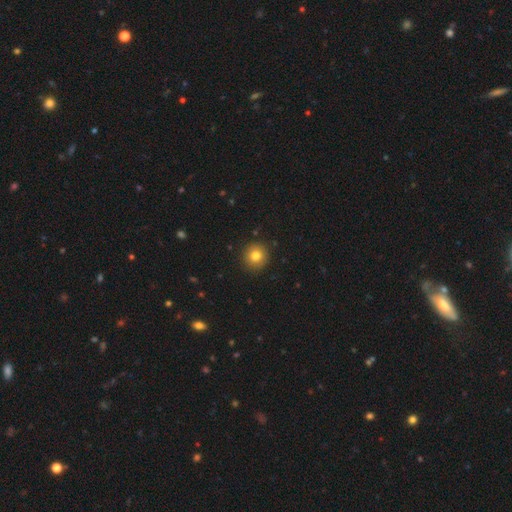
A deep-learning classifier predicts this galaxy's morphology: smooth 80%, star or artifact 12%, featured or disk 8%. Down the decision tree: how rounded — round (93%); merging — none (91%).